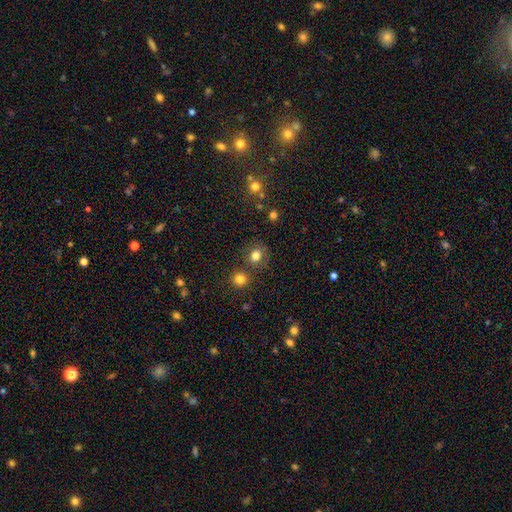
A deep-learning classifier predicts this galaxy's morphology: smooth_or_featured: smooth (p=0.79) [alt: star or artifact p=0.14]
how_rounded: round (p=0.76) [alt: in between p=0.23]
merging: none (p=0.72) [alt: merger p=0.12]